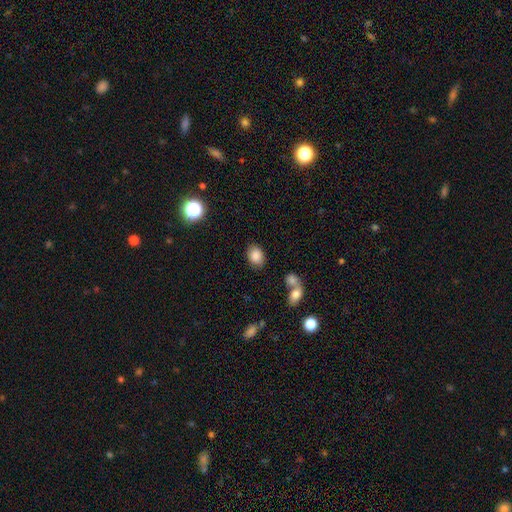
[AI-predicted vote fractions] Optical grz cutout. It shows a smooth galaxy with no disk features (85%) that is in between round and cigar-shaped (69%). Merging: none (81%).